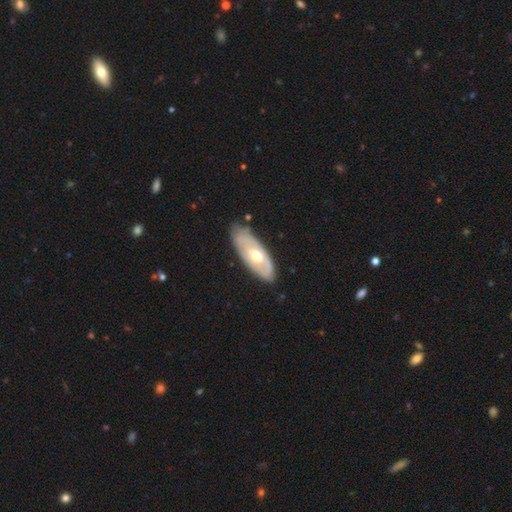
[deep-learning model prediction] smooth-or-featured: featured or disk: 64% | smooth: 31% | star or artifact: 5%
  disk-edge-on: no: 82% | yes: 18%
    bar: no: 69% | weak: 24% | strong: 7%
    has-spiral-arms: no: 54% | yes: 46%
    bulge-size: moderate: 75% | small: 16% | large: 8% | none: 1% | dominant: 1%
  merging: none: 79% | minor disturbance: 16% | major disturbance: 3% | merger: 2%